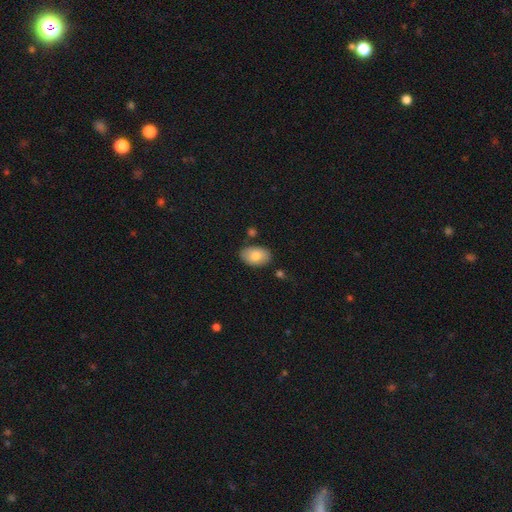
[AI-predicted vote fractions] smooth-or-featured: smooth: 79% | featured or disk: 14% | star or artifact: 7%
  how-rounded: in between: 90% | round: 8% | cigar-shaped: 1%
  merging: none: 81% | minor disturbance: 13% | merger: 4% | major disturbance: 3%